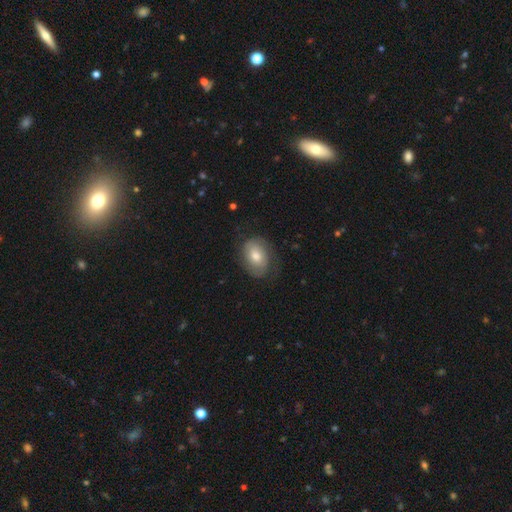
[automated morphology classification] This is possibly a smooth galaxy (55%). How rounded: likely in between (74%). Merging: likely none (72%).